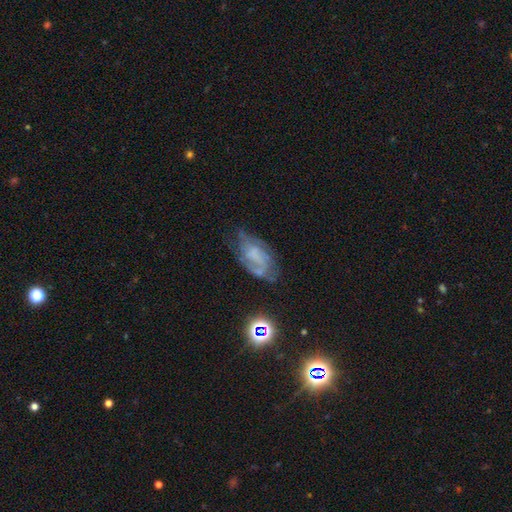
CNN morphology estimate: type=featured or disk (64%); edge-on=no (95%); bar=no (63%); spiral arms=yes (73%); bulge=none (54%); merging=none (50%).